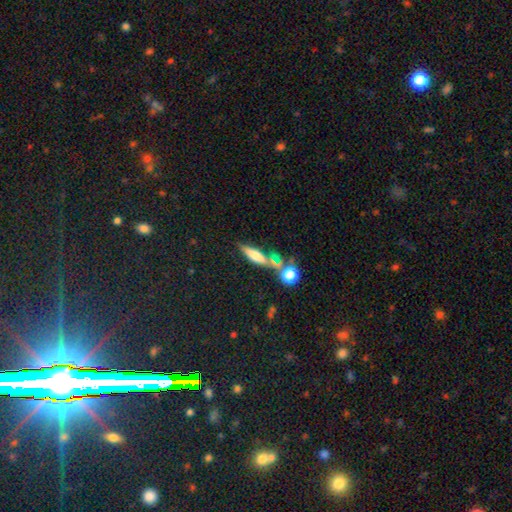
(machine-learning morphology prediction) Overall: smooth (58%; featured or disk 29%). How rounded: cigar-shaped (61%; in between 31%). Merging: none (54%; merger 22%).